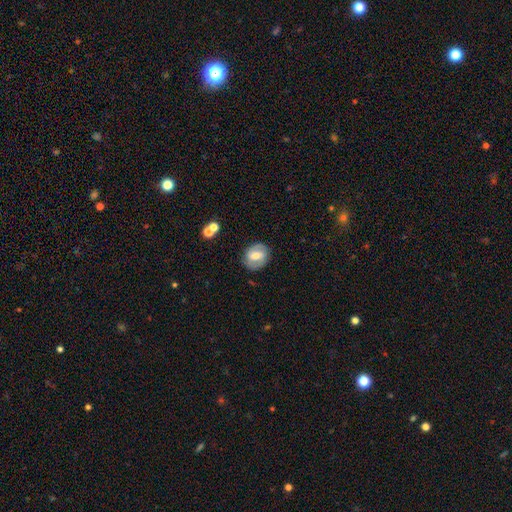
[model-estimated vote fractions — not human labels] Smooth or featured: featured or disk — 52% (smooth — 41%)
Edge-on disk: no — 96% (yes — 4%)
Merging: none — 82% (minor disturbance — 12%)